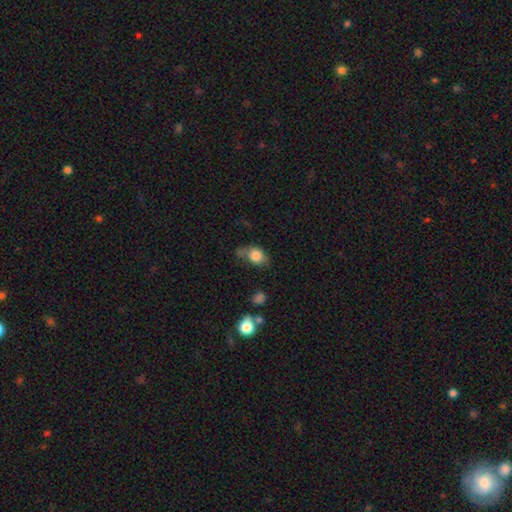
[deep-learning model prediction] Smooth or featured?
  - smooth: 78% *
  - featured or disk: 13%
  - star or artifact: 9%
How rounded?
  - in between: 64% *
  - round: 33%
  - cigar-shaped: 2%
Merging?
  - none: 46% *
  - minor disturbance: 30%
  - major disturbance: 13%
  - merger: 11%